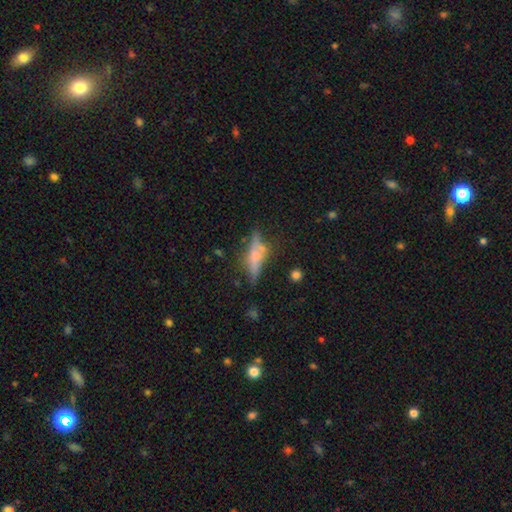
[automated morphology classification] A featured or disk galaxy (46%). Merging: none (61%).